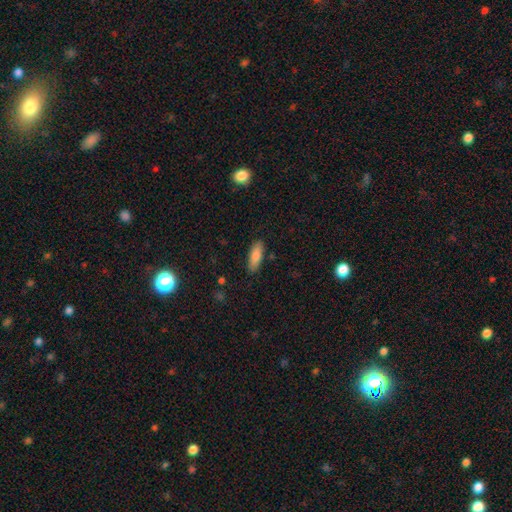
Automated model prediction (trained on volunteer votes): Smooth or featured?
  - smooth: 83% *
  - featured or disk: 10%
  - star or artifact: 7%
How rounded?
  - in between: 66% *
  - cigar-shaped: 33%
  - round: 2%
Merging?
  - none: 85% *
  - minor disturbance: 11%
  - major disturbance: 2%
  - merger: 2%